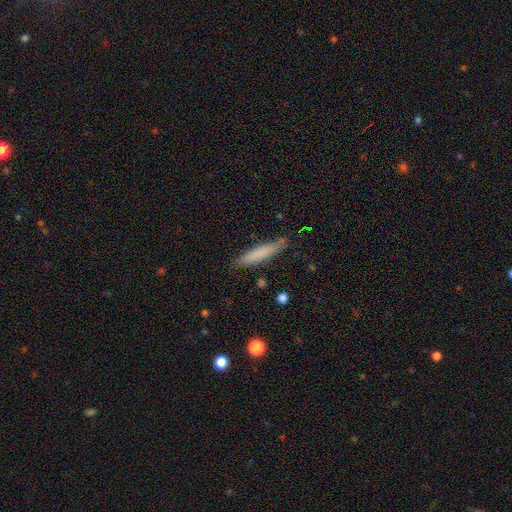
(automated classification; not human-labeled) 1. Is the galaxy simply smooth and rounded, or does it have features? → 77% smooth, 17% featured or disk, 7% star or artifact.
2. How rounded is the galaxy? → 89% cigar-shaped, 9% in between, 1% round.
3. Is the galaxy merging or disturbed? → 84% none, 12% minor disturbance, 2% major disturbance, 2% merger.